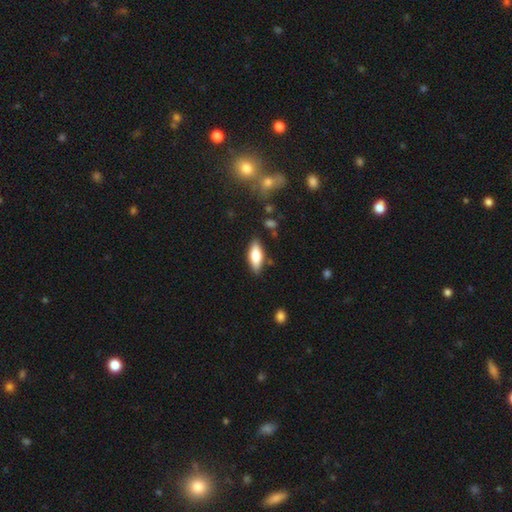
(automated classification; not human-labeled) A smooth galaxy with no disk features (68%) that is in between round and cigar-shaped (70%).

Vote fractions:
- Smooth or featured? smooth: 68% / featured or disk: 25% / star or artifact: 7%
- How rounded? in between: 70% / cigar-shaped: 28% / round: 2%
- Merging? none: 84% / minor disturbance: 12% / major disturbance: 2% / merger: 2%